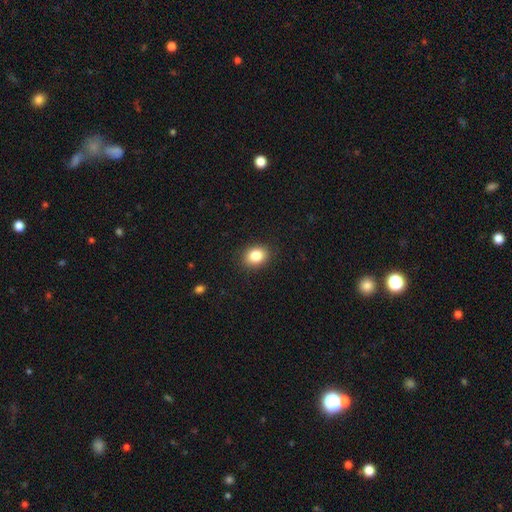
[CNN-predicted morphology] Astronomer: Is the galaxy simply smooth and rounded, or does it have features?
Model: smooth — 84%.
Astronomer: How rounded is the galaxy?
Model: in between — 54% (runner-up: round, 45%).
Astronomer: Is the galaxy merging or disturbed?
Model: none — 89%.